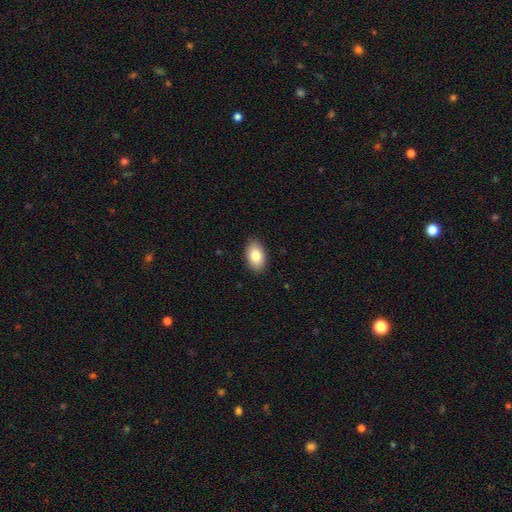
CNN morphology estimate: Smooth or featured? smooth (83%)
How rounded? in between (92%)
Merging? none (89%)